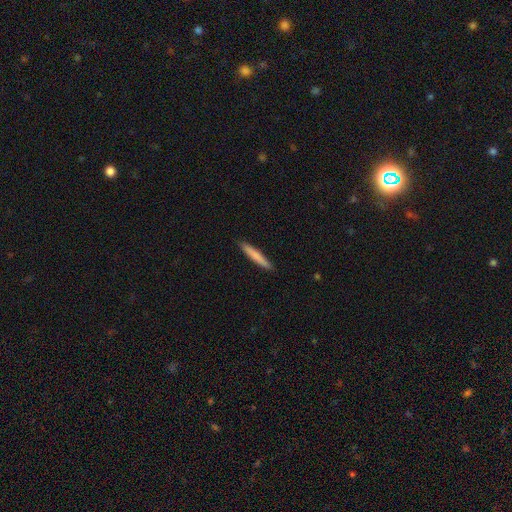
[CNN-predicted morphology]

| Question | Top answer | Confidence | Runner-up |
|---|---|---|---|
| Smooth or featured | smooth | 77% | featured or disk (18%) |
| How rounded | cigar-shaped | 95% | in between (4%) |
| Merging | none | 92% | minor disturbance (6%) |